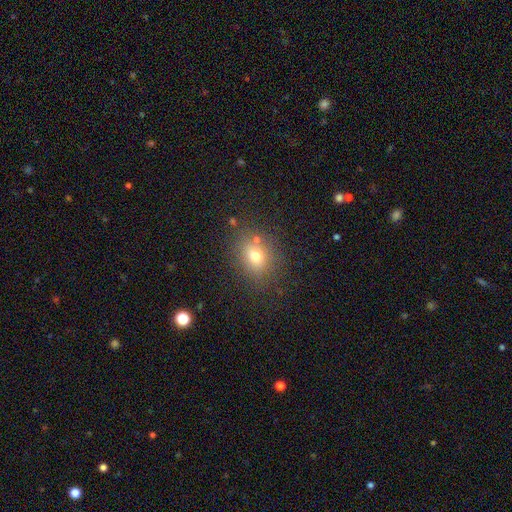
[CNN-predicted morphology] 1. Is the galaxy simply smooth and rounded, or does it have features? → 71% smooth, 16% star or artifact, 13% featured or disk.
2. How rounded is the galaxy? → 51% round, 47% in between, 2% cigar-shaped.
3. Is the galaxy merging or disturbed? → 77% none, 13% minor disturbance, 6% merger, 5% major disturbance.